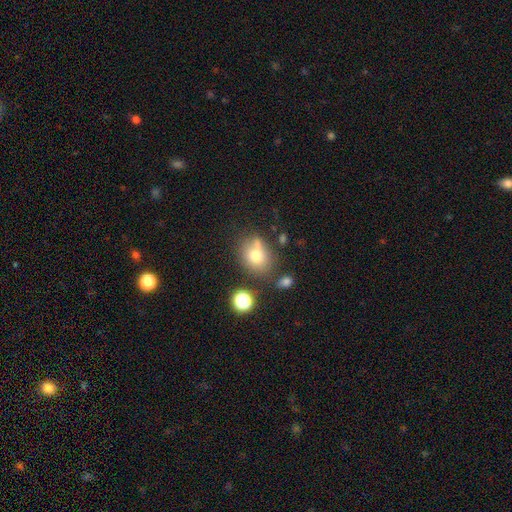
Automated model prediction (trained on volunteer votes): smooth 73%, featured or disk 14%, star or artifact 13%. Down the decision tree: how rounded — round (55%); merging — none (57%).